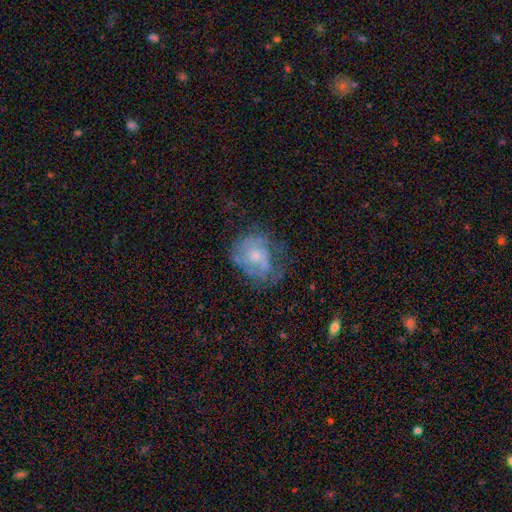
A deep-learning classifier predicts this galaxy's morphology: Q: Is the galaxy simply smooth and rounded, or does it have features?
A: featured or disk — 59%.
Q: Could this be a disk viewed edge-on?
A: no — 97%.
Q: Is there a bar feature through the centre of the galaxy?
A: no — 76%.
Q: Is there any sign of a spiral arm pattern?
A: yes — 67%.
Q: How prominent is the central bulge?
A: small — 44%.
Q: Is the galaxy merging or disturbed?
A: none — 52%.